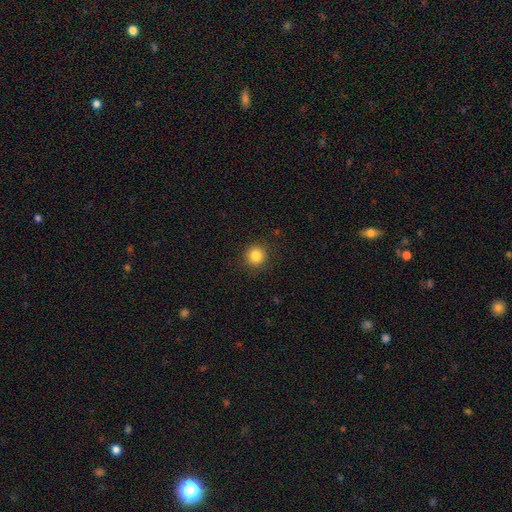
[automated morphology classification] Smooth or featured? smooth (84%)
How rounded? round (93%)
Merging? none (90%)